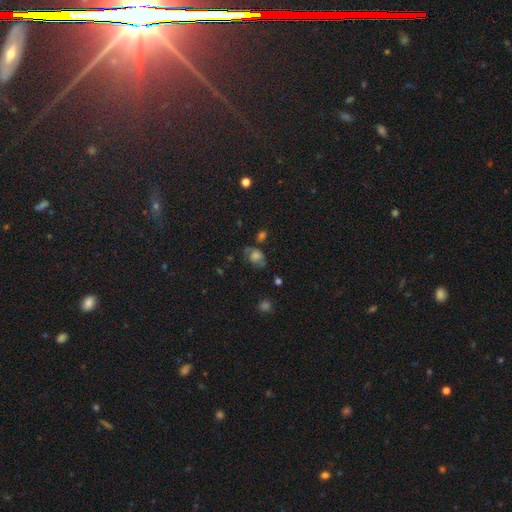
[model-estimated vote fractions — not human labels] smooth-or-featured: smooth: 57% | featured or disk: 27% | star or artifact: 16%
  how-rounded: in between: 63% | round: 35% | cigar-shaped: 2%
  merging: none: 49% | minor disturbance: 28% | major disturbance: 16% | merger: 7%